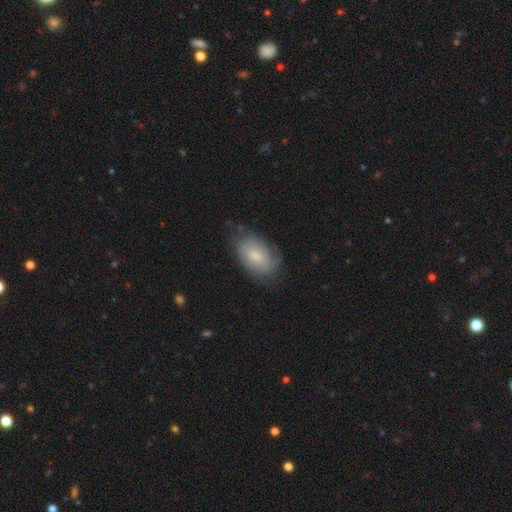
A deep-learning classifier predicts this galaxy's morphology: This is possibly a smooth galaxy (58%). How rounded: clearly in between (91%). Merging: likely none (61%).